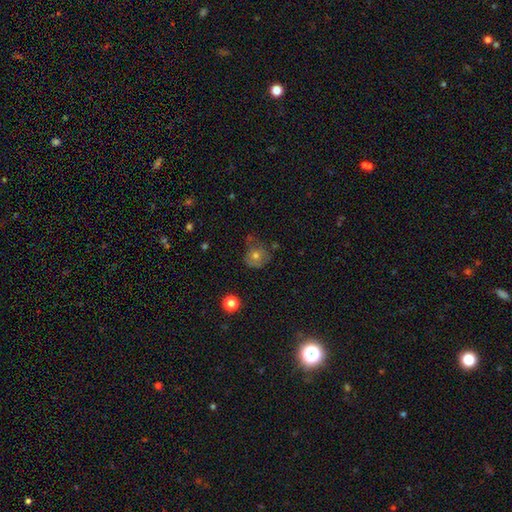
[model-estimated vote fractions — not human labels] This appears to be a smooth galaxy with no disk features (59%) that is round (82%). Merging: none (54%).